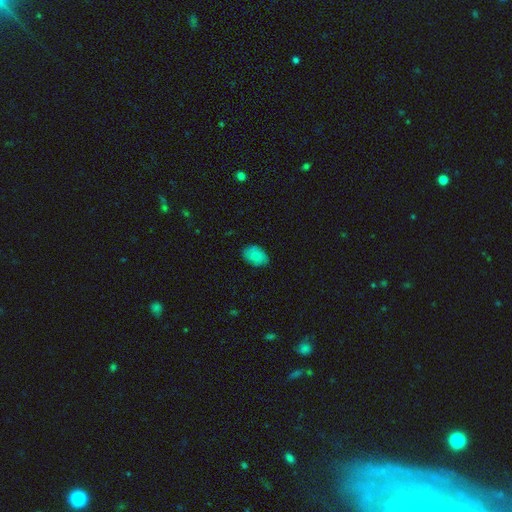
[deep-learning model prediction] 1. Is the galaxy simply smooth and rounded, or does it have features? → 82% smooth, 9% featured or disk, 8% star or artifact.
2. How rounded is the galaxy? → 85% in between, 14% round, 1% cigar-shaped.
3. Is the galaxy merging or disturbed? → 78% none, 17% minor disturbance, 3% major disturbance, 1% merger.